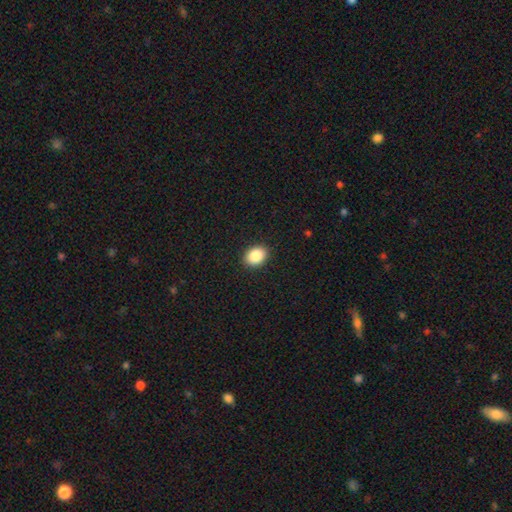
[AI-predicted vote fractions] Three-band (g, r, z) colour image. It shows a smooth galaxy with no disk features (87%) that is in between round and cigar-shaped (66%). Merging: none (91%).